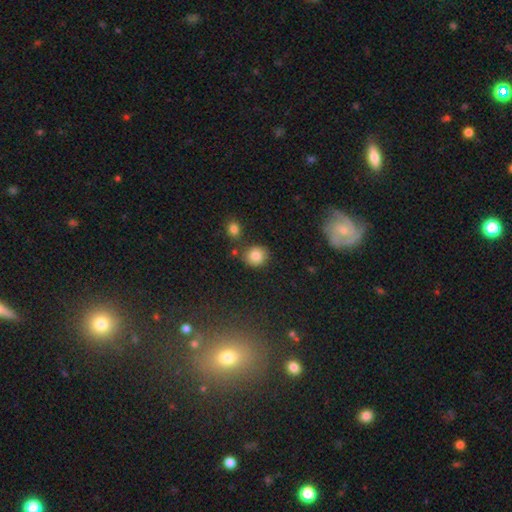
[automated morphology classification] smooth_or_featured: smooth (p=0.84) [alt: star or artifact p=0.10]
how_rounded: round (p=0.77) [alt: in between p=0.22]
merging: none (p=0.77) [alt: minor disturbance p=0.12]